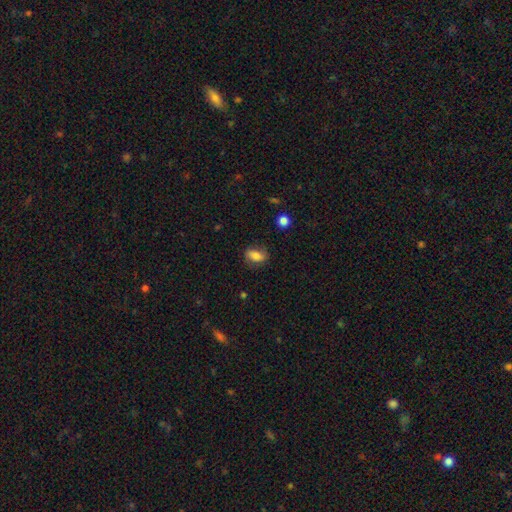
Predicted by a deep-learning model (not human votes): smooth_or_featured: smooth (p=0.77) [alt: featured or disk p=0.14]
how_rounded: in between (p=0.83) [alt: round p=0.13]
merging: none (p=0.76) [alt: minor disturbance p=0.17]